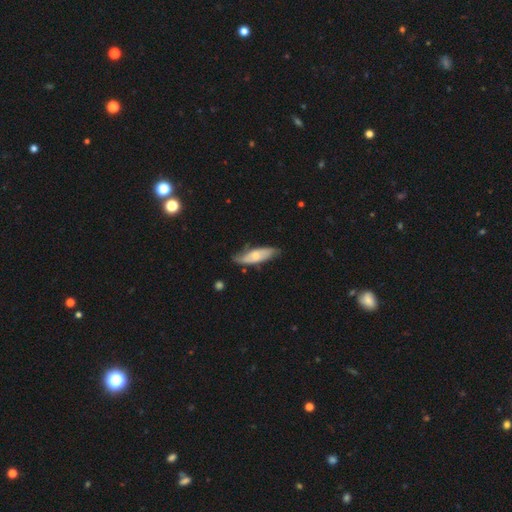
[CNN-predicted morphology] Smooth or featured?
  - smooth: 50% *
  - featured or disk: 44%
  - star or artifact: 6%
How rounded?
  - in between: 53% *
  - cigar-shaped: 45%
  - round: 2%
Merging?
  - none: 61% *
  - minor disturbance: 29%
  - major disturbance: 8%
  - merger: 2%